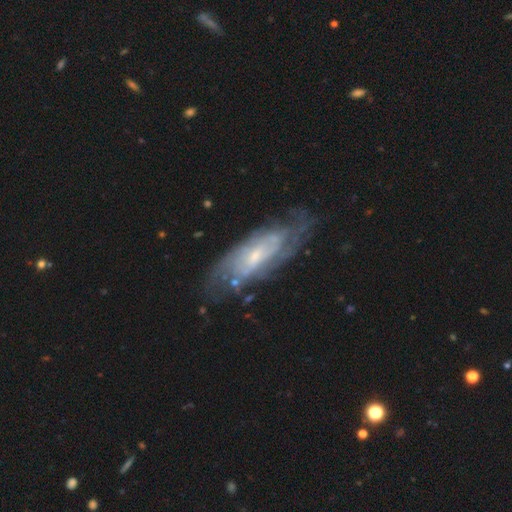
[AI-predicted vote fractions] A featured or disk galaxy (76%) with no bar (55%), tight (57%) spiral arms (84%) and a small central bulge (63%). Merging: none (67%).